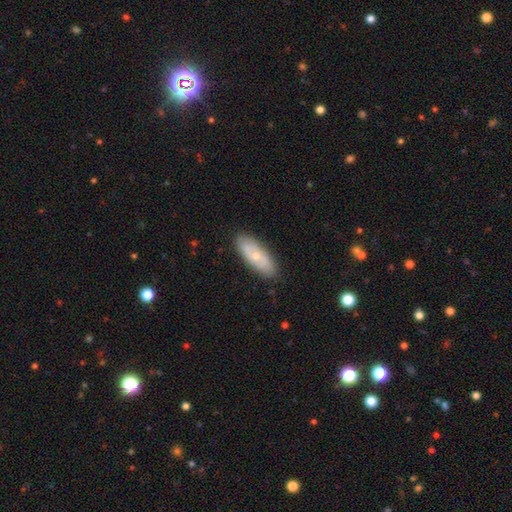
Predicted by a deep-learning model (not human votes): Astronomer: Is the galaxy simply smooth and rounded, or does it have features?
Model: smooth — 53% (runner-up: featured or disk, 41%).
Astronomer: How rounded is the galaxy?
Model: in between — 72%.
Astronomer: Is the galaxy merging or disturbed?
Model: none — 86%.